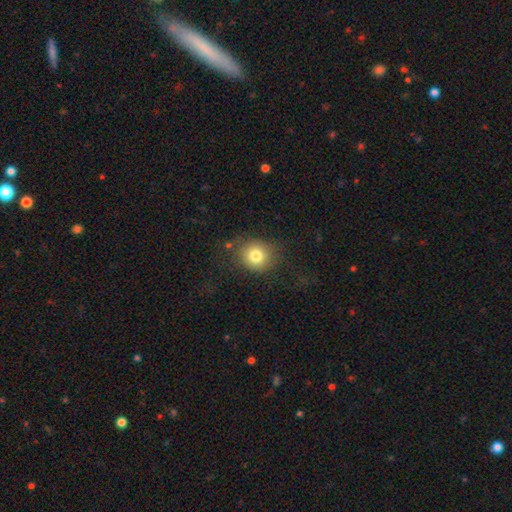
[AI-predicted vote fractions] Smooth or featured?
  - smooth: 80% *
  - star or artifact: 11%
  - featured or disk: 9%
How rounded?
  - round: 81% *
  - in between: 18%
  - cigar-shaped: 1%
Merging?
  - none: 76% *
  - minor disturbance: 14%
  - major disturbance: 8%
  - merger: 2%